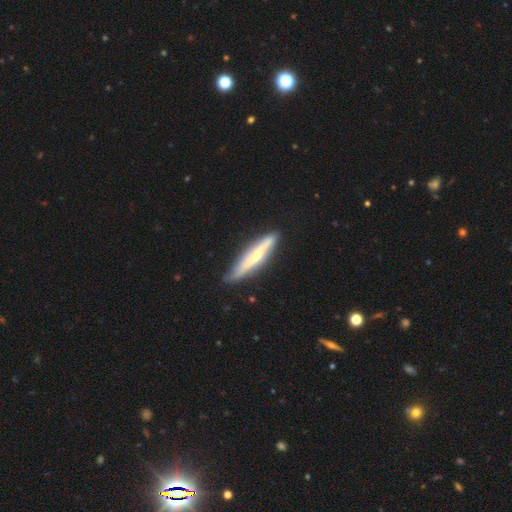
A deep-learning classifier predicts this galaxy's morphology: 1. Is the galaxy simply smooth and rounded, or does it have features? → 69% featured or disk, 27% smooth, 5% star or artifact.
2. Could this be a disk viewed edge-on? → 86% yes, 14% no.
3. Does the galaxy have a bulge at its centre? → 85% rounded, 11% none, 4% boxy.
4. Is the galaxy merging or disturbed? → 78% none, 17% minor disturbance, 3% major disturbance, 2% merger.